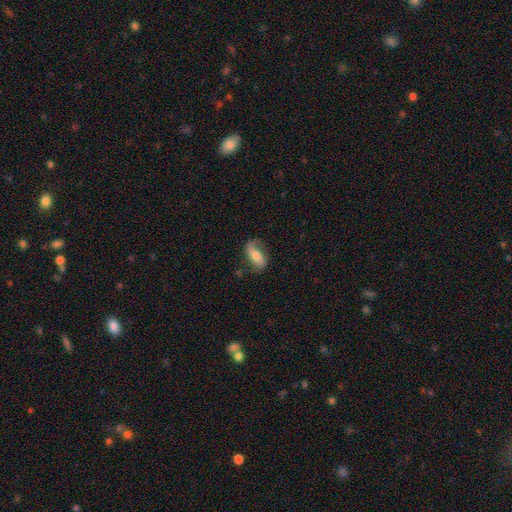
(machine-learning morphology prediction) This appears to be a featured or disk galaxy (52%). Merging: none (66%).